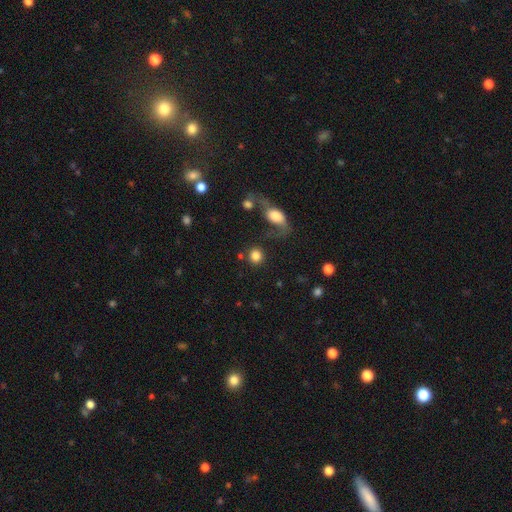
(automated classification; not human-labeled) Smooth or featured?
  - smooth: 83% *
  - star or artifact: 10%
  - featured or disk: 7%
How rounded?
  - round: 89% *
  - in between: 9%
  - cigar-shaped: 1%
Merging?
  - none: 73% *
  - merger: 10%
  - minor disturbance: 9%
  - major disturbance: 7%